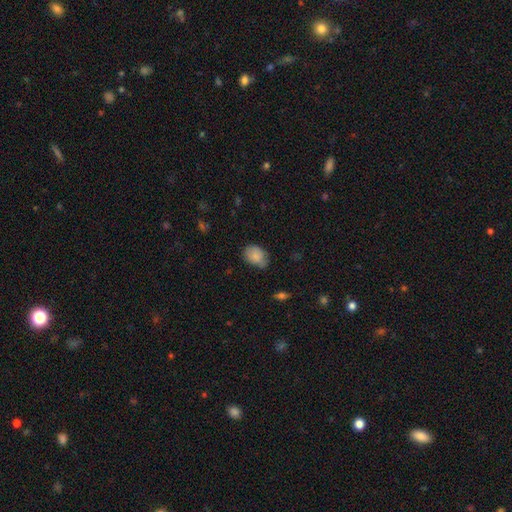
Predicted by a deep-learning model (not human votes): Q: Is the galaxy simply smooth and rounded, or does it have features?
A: smooth — 84%.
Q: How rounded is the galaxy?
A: in between — 70%.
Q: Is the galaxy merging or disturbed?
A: none — 59%.